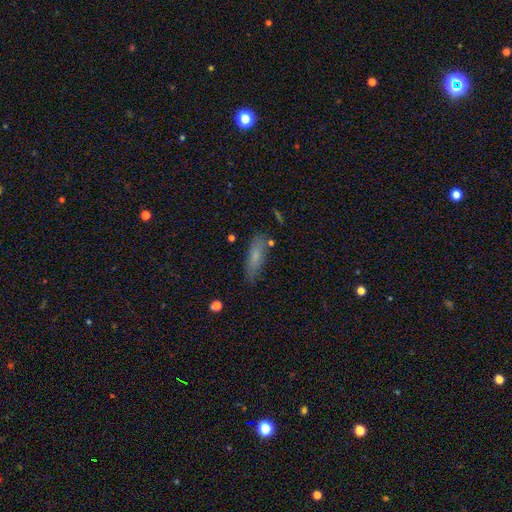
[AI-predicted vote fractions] Smooth or featured?
  - smooth: 72% *
  - featured or disk: 20%
  - star or artifact: 8%
How rounded?
  - cigar-shaped: 52% *
  - in between: 46%
  - round: 2%
Merging?
  - none: 76% *
  - minor disturbance: 17%
  - major disturbance: 4%
  - merger: 4%